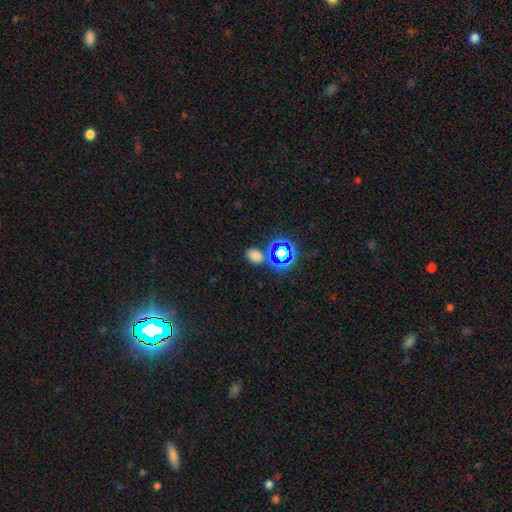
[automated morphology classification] A smooth galaxy with no disk features (64%) that is in between round and cigar-shaped (78%).

Vote fractions:
- Smooth or featured? smooth: 64% / star or artifact: 30% / featured or disk: 6%
- How rounded? in between: 78% / round: 20% / cigar-shaped: 1%
- Merging? none: 73% / merger: 12% / minor disturbance: 11% / major disturbance: 4%